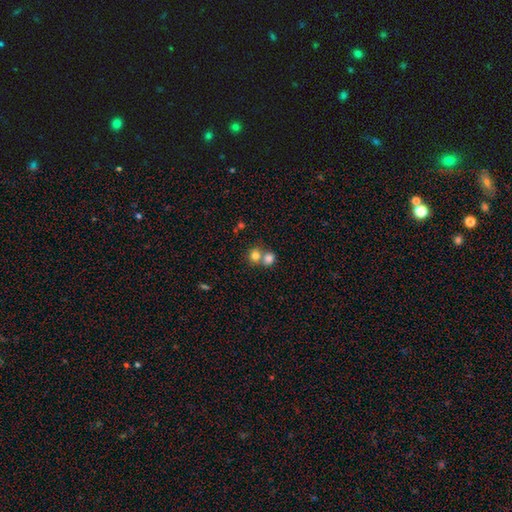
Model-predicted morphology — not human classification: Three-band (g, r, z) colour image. It shows a smooth galaxy with no disk features (79%) that is round (77%). Merging: merger (54%).